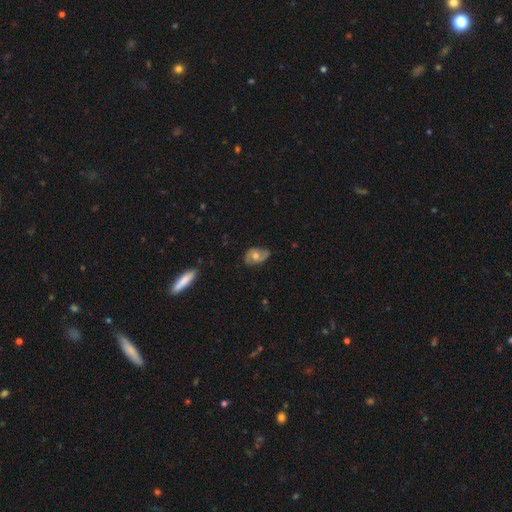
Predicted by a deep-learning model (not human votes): A featured or disk galaxy (58%) with no bar (69%), spiral arms (78%) and a moderate central bulge (72%).

Vote fractions:
- Smooth or featured? featured or disk: 58% / smooth: 34% / star or artifact: 8%
- Edge-on disk? no: 94% / yes: 6%
- Bar? no: 69% / weak: 25% / strong: 6%
- Spiral arms? yes: 78% / no: 22%
- Bulge size? moderate: 72% / small: 20% / large: 6% / none: 2% / dominant: 1%
- Merging? none: 70% / minor disturbance: 23% / major disturbance: 6% / merger: 1%